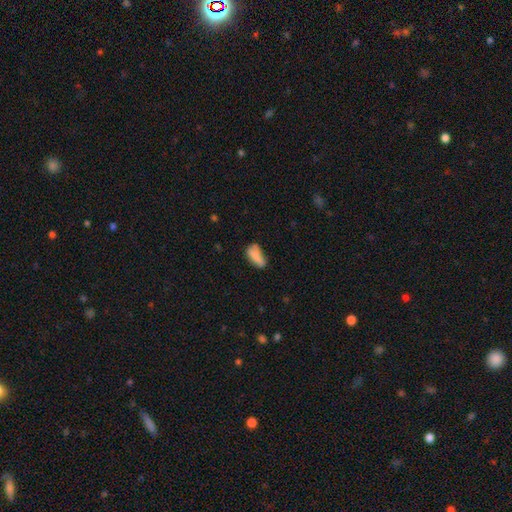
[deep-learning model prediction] Q: Smooth or featured?
A: smooth (76%); runner-up: featured or disk (15%)
Q: How rounded?
A: in between (77%); runner-up: cigar-shaped (20%)
Q: Merging?
A: none (45%); runner-up: minor disturbance (32%)